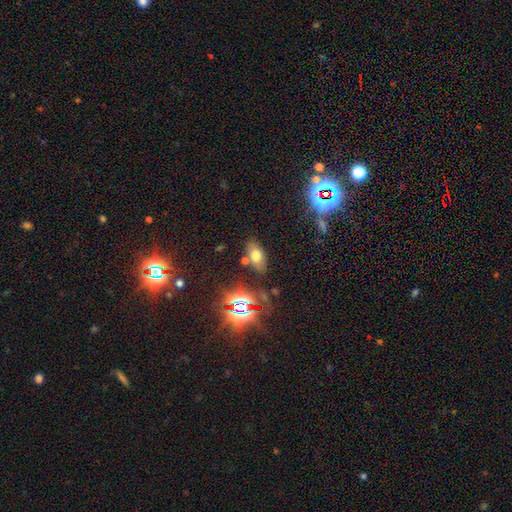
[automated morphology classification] This is likely a smooth galaxy (63%). How rounded: clearly in between (87%). Merging: likely none (74%).